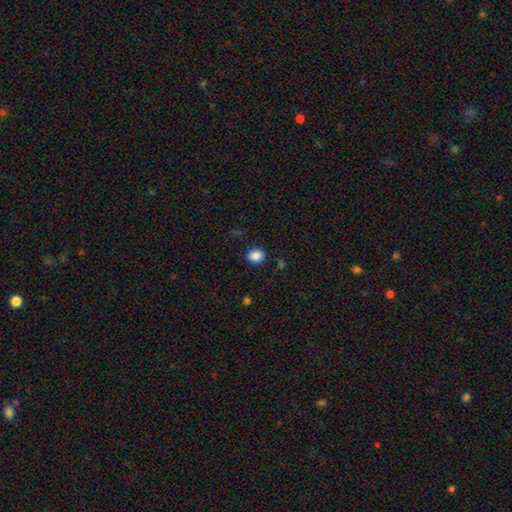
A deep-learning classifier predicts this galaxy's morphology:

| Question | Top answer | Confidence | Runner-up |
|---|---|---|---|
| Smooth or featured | smooth | 87% | star or artifact (10%) |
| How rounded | round | 76% | in between (23%) |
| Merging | none | 89% | minor disturbance (7%) |